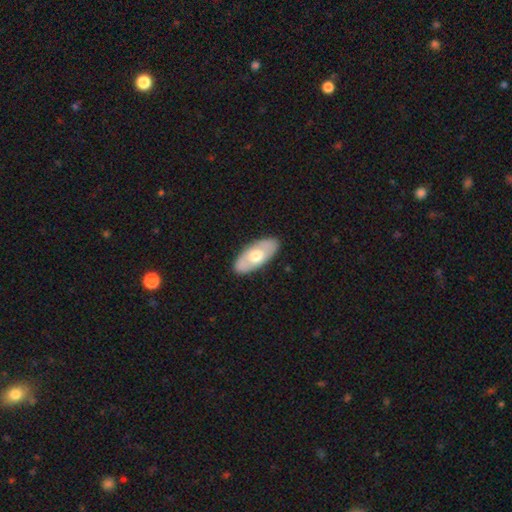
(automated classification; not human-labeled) Overall: smooth (55%; featured or disk 40%). How rounded: in between (89%). Merging: none (87%).